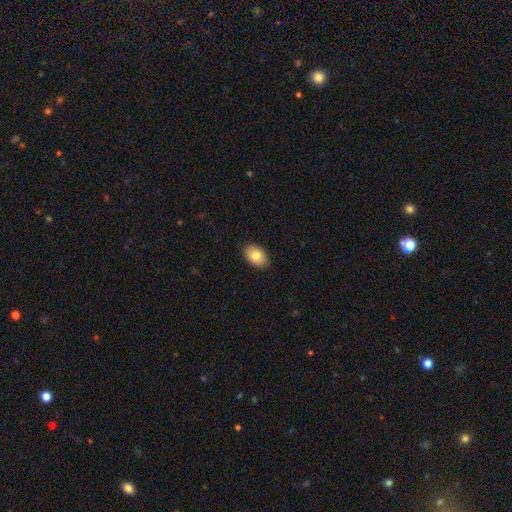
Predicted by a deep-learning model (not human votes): Smooth or featured? smooth (83%)
How rounded? in between (86%)
Merging? none (89%)